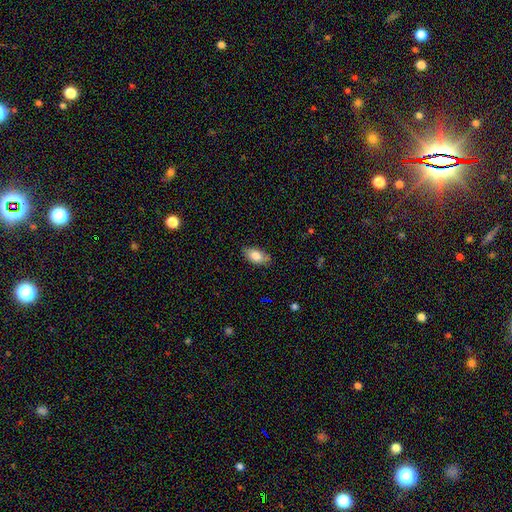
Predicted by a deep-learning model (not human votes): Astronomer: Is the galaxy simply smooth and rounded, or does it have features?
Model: smooth — 82%.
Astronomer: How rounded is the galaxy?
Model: in between — 91%.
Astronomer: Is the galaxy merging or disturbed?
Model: none — 81%.